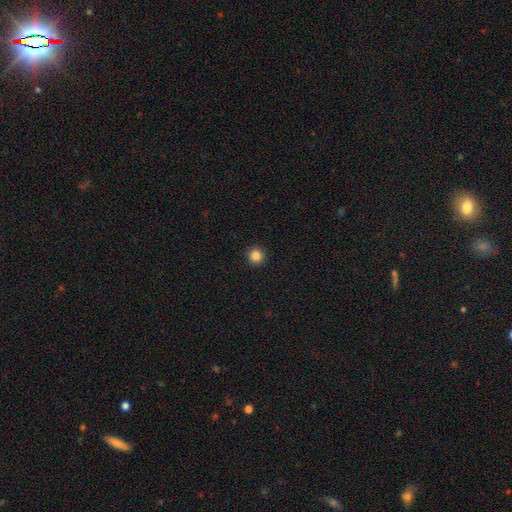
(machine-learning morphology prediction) This appears to be a smooth galaxy with no disk features (85%) that is round (95%). Merging: none (93%).